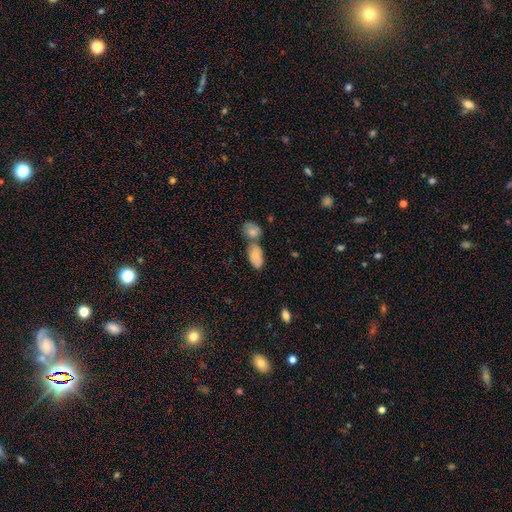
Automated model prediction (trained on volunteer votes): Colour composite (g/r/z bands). It shows a smooth galaxy with no disk features (76%) that is in between round and cigar-shaped (92%). Merging: merger (47%).